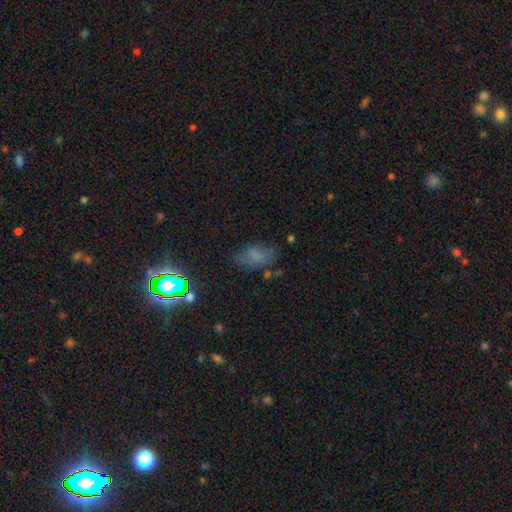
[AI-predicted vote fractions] Morphology: type=smooth (58%); roundness=in between (86%); merging=none (58%).